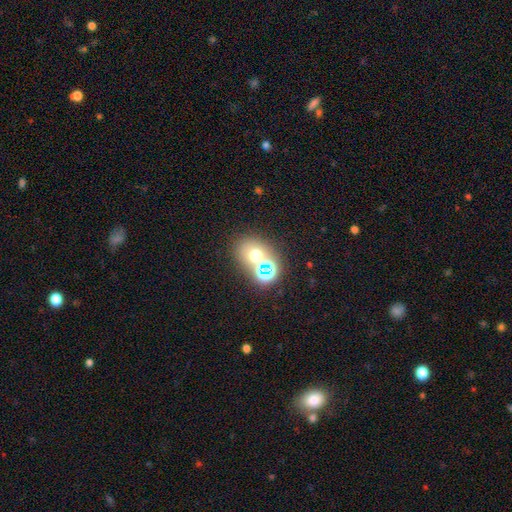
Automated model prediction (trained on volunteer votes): Smooth or featured?
  - smooth: 56% *
  - star or artifact: 29%
  - featured or disk: 15%
How rounded?
  - round: 66% *
  - in between: 33%
  - cigar-shaped: 1%
Merging?
  - none: 56% *
  - merger: 31%
  - minor disturbance: 8%
  - major disturbance: 5%